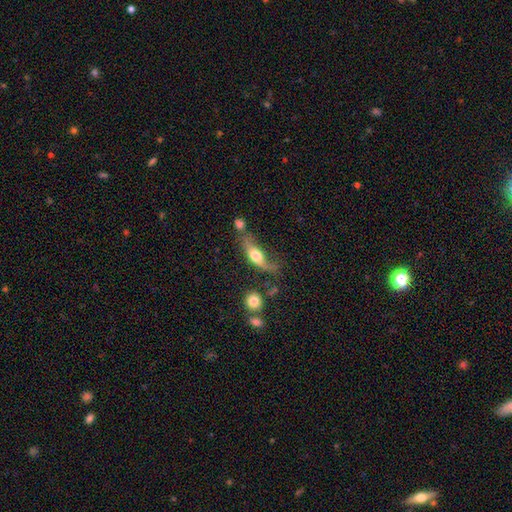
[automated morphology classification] Smooth or featured: smooth — 49% (featured or disk — 43%)
Merging: none — 32% (major disturbance — 28%)